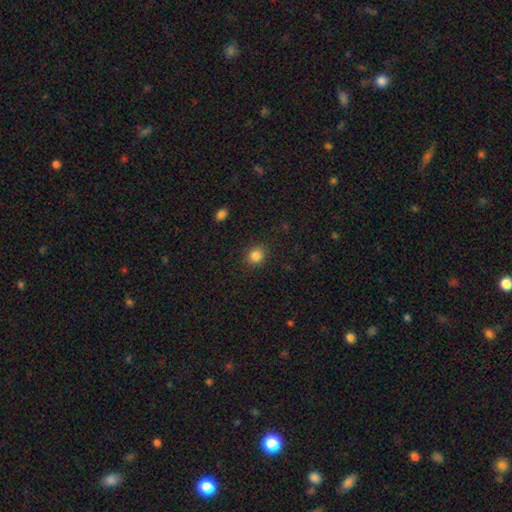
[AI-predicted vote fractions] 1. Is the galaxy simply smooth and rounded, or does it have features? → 85% smooth, 11% star or artifact, 4% featured or disk.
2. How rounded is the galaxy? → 81% round, 18% in between, 1% cigar-shaped.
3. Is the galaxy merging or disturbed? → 90% none, 7% minor disturbance, 2% major disturbance, 1% merger.